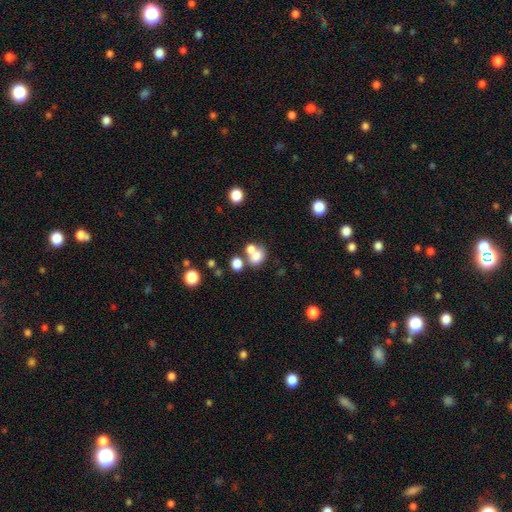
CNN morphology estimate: A smooth galaxy with no disk features (74%) that is round (53%).

Vote fractions:
- Smooth or featured? smooth: 74% / star or artifact: 13% / featured or disk: 13%
- How rounded? round: 53% / in between: 45% / cigar-shaped: 1%
- Merging? merger: 45% / none: 40% / minor disturbance: 9% / major disturbance: 5%